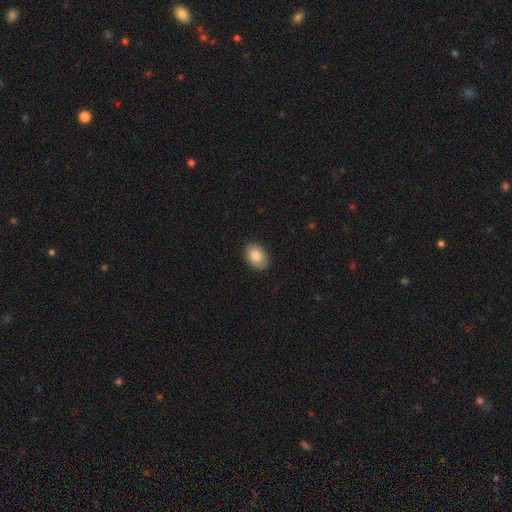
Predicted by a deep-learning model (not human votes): A smooth galaxy with no disk features (86%) that is in between round and cigar-shaped (79%).

Vote fractions:
- Smooth or featured? smooth: 86% / star or artifact: 7% / featured or disk: 7%
- How rounded? in between: 79% / round: 20% / cigar-shaped: 1%
- Merging? none: 89% / minor disturbance: 8% / major disturbance: 2% / merger: 1%